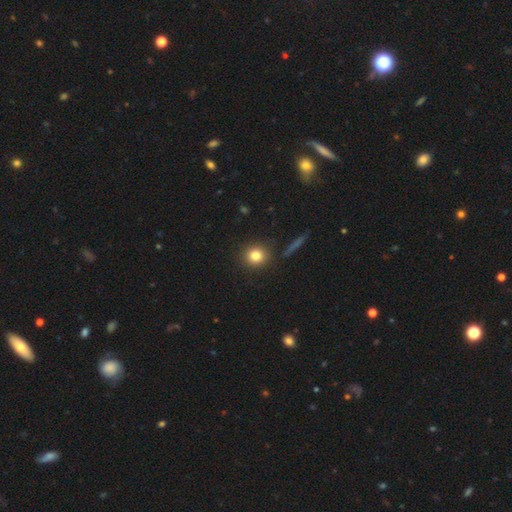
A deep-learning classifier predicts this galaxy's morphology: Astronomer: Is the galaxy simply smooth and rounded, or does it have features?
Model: smooth — 82%.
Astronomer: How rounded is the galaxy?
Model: round — 89%.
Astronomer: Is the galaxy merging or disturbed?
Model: none — 89%.